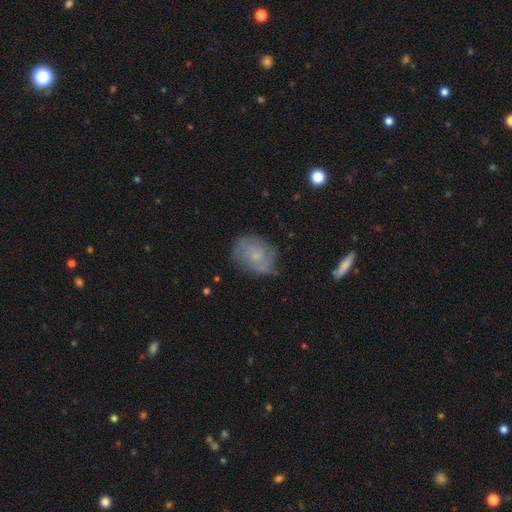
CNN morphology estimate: featured or disk 53%, smooth 38%, star or artifact 8%. Down the decision tree: edge-on disk — no (96%); bar — no (73%); spiral arms — yes (80%); bulge size — small (65%); merging — none (68%).